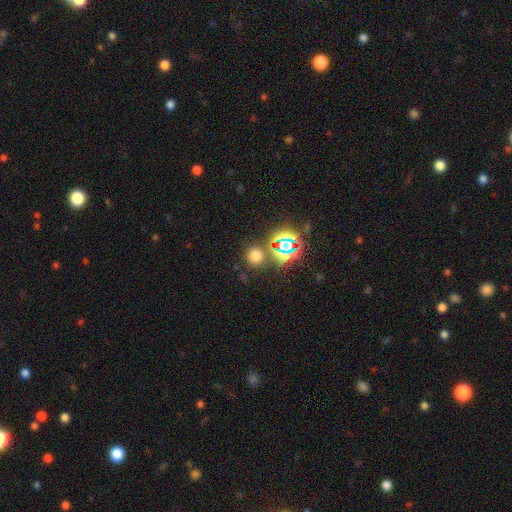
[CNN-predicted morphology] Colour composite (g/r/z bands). It shows a smooth galaxy with no disk features (63%) that is round (89%). Merging: none (80%).